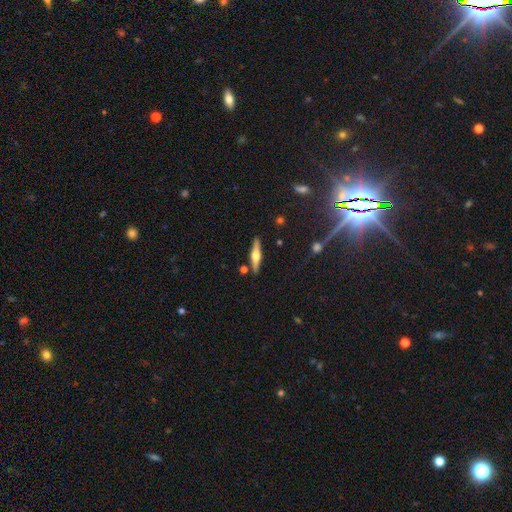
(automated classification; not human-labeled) This appears to be a featured or disk galaxy (65%) viewed edge-on (96%) with a rounded central bulge (93%). Merging: none (87%).